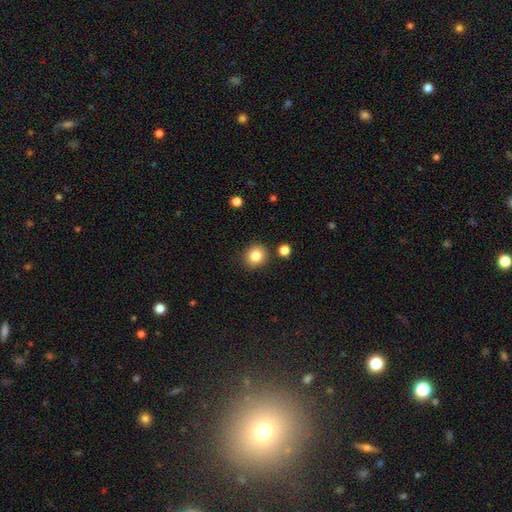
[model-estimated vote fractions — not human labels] The model was most divided on "how rounded": round: 84%, in between: 15%, cigar-shaped: 1%. More confident: merging — none (87%); smooth or featured — smooth (83%).